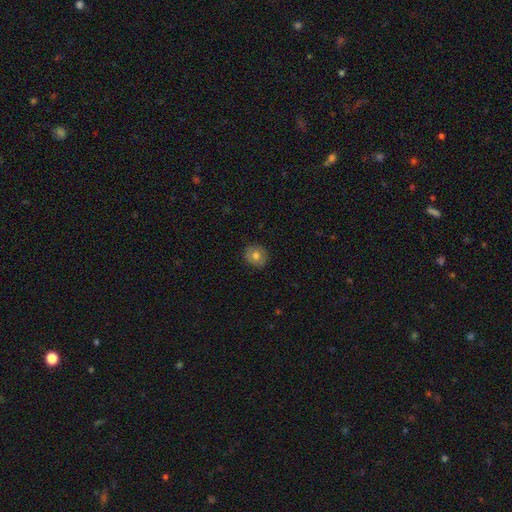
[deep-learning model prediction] Morphology: type=smooth (75%); roundness=round (82%); merging=none (87%).